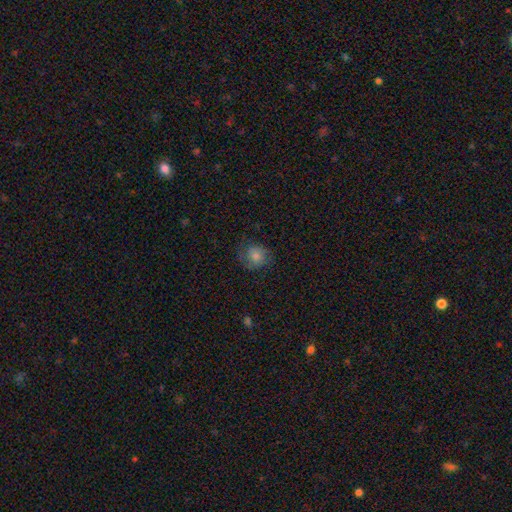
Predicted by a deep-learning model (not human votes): Smooth or featured? smooth (68%)
How rounded? round (77%)
Merging? none (64%)